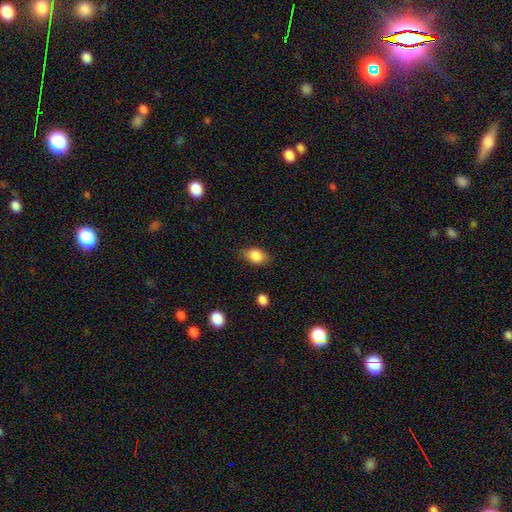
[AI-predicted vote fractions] A smooth galaxy with no disk features (86%) that is in between round and cigar-shaped (76%).

Vote fractions:
- Smooth or featured? smooth: 86% / star or artifact: 8% / featured or disk: 6%
- How rounded? in between: 76% / round: 22% / cigar-shaped: 2%
- Merging? none: 78% / minor disturbance: 16% / major disturbance: 4% / merger: 1%